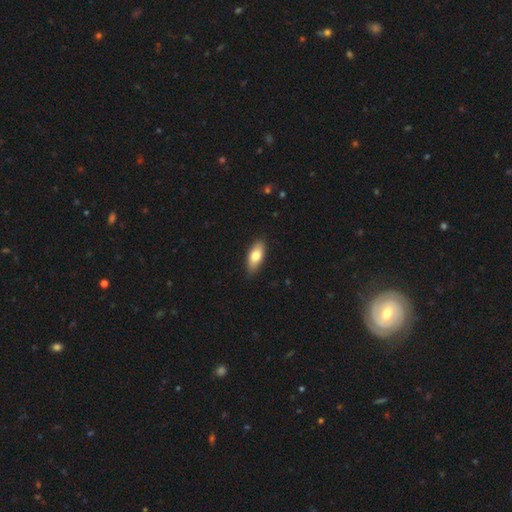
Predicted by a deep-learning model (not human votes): A smooth galaxy with no disk features (75%) that is in between round and cigar-shaped (82%).

Vote fractions:
- Smooth or featured? smooth: 75% / featured or disk: 19% / star or artifact: 6%
- How rounded? in between: 82% / cigar-shaped: 15% / round: 3%
- Merging? none: 87% / minor disturbance: 11% / major disturbance: 2% / merger: 1%